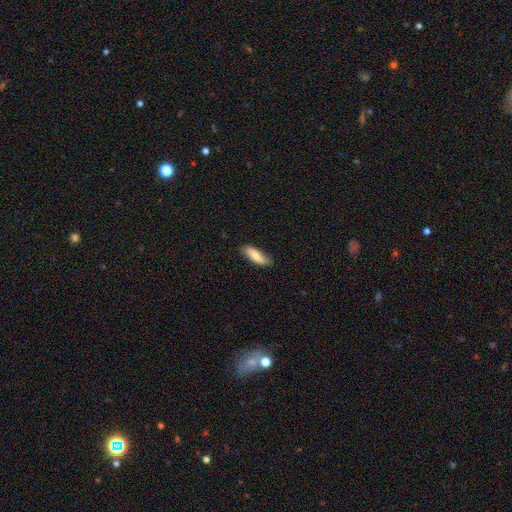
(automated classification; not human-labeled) smooth-or-featured: smooth: 79% | featured or disk: 15% | star or artifact: 6%
  how-rounded: in between: 60% | cigar-shaped: 38% | round: 2%
  merging: none: 77% | minor disturbance: 19% | major disturbance: 3% | merger: 1%